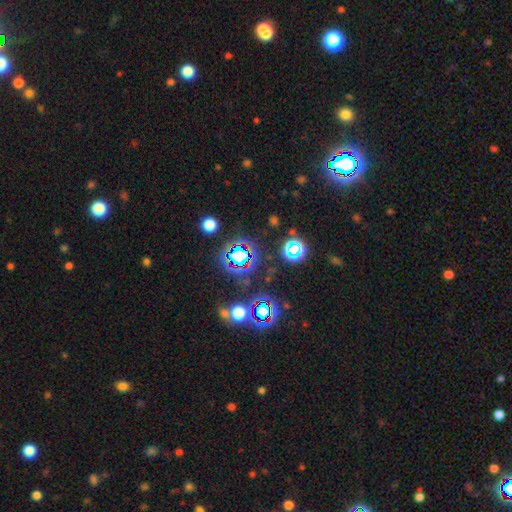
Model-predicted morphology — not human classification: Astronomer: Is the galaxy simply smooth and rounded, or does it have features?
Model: star or artifact — 69%.